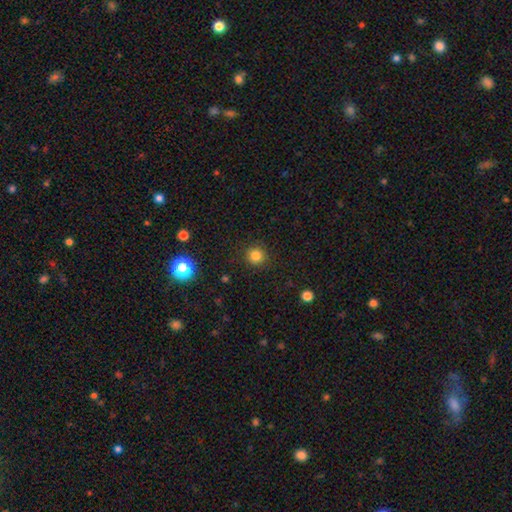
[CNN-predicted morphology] Overall: smooth (82%). How rounded: round (93%). Merging: none (90%).